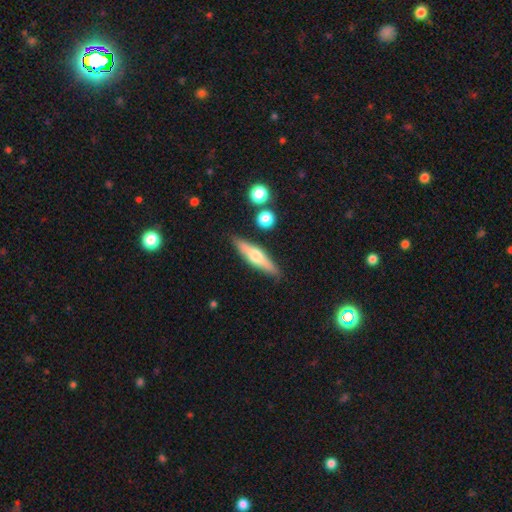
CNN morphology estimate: The model was most divided on "smooth or featured": featured or disk: 53%, smooth: 41%, star or artifact: 6%. More confident: edge-on disk — yes (93%); merging — none (85%).